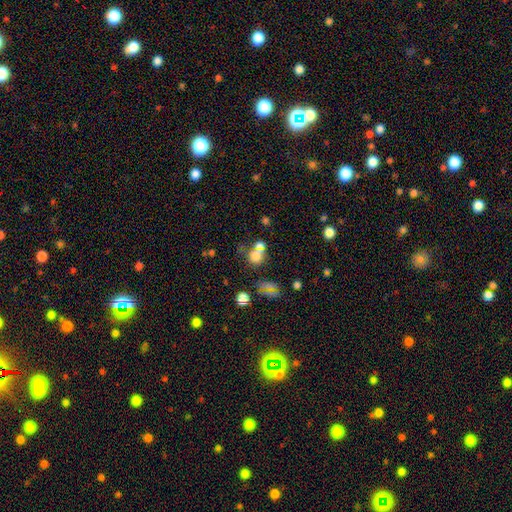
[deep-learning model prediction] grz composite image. It shows a smooth galaxy with no disk features (71%) that is round (75%). Merging: none (50%).